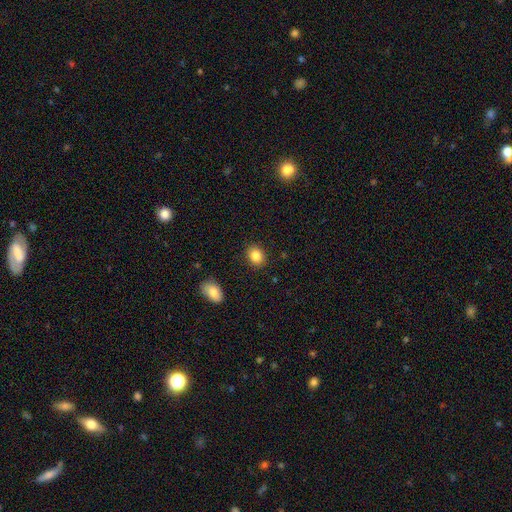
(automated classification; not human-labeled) Smooth or featured: smooth — 85% (star or artifact — 9%)
How rounded: in between — 53% (round — 46%)
Merging: none — 88% (minor disturbance — 8%)